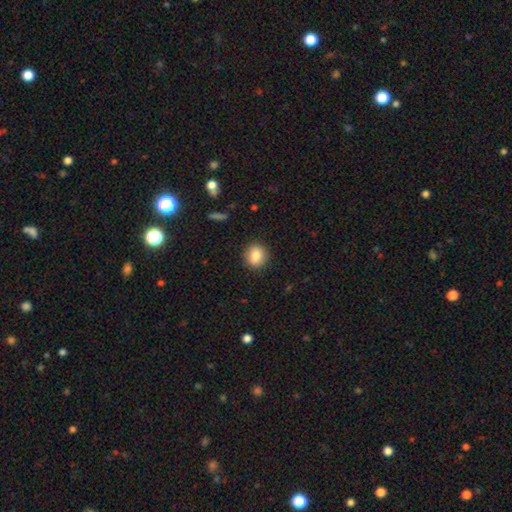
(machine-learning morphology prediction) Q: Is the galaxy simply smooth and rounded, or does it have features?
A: smooth — 84%.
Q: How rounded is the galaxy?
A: round — 75%.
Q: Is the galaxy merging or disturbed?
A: none — 89%.